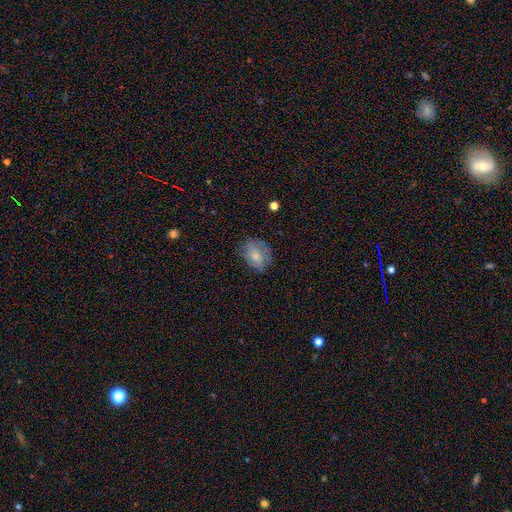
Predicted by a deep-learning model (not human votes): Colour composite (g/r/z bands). It shows a smooth galaxy with no disk features (60%) that is in between round and cigar-shaped (69%). Merging: none (67%).